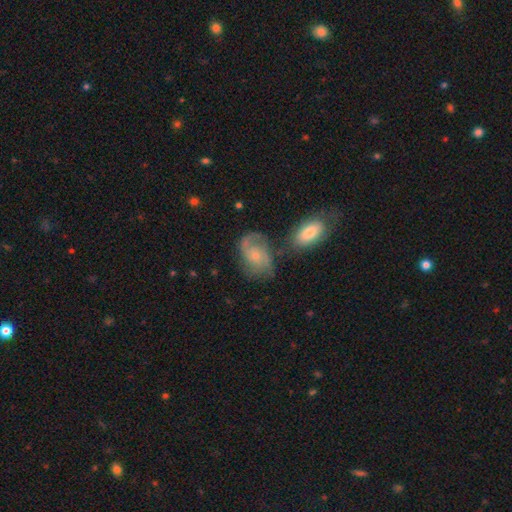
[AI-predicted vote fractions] Q: Smooth or featured?
A: featured or disk (72%); runner-up: smooth (21%)
Q: Edge-on disk?
A: no (97%); runner-up: yes (3%)
Q: Bar?
A: no (71%); runner-up: weak (26%)
Q: Spiral arms?
A: yes (92%); runner-up: no (8%)
Q: Spiral winding?
A: medium (47%); runner-up: tight (29%)
Q: Spiral arm count?
A: 2 (64%); runner-up: can't tell (15%)
Q: Bulge size?
A: small (68%); runner-up: moderate (25%)
Q: Merging?
A: none (54%); runner-up: minor disturbance (22%)